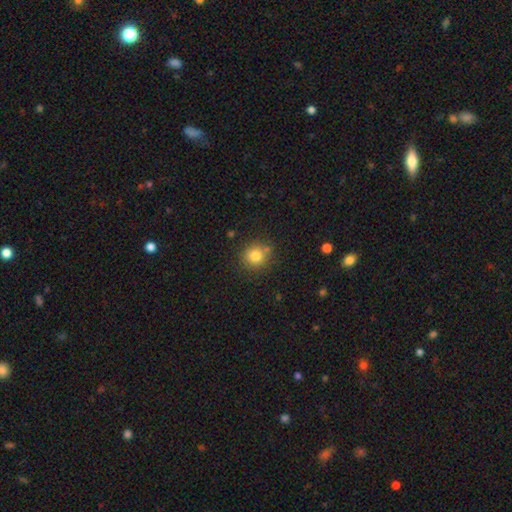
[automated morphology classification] smooth 81%, star or artifact 12%, featured or disk 7%. Down the decision tree: how rounded — round (89%); merging — none (81%).